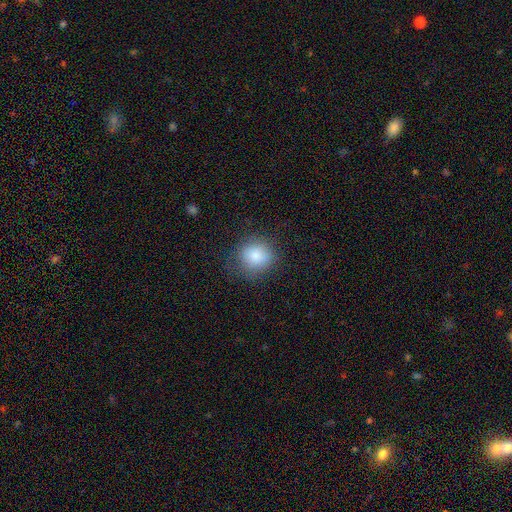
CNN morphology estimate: A smooth galaxy with no disk features (83%) that is round (86%).

Vote fractions:
- Smooth or featured? smooth: 83% / star or artifact: 10% / featured or disk: 7%
- How rounded? round: 86% / in between: 13% / cigar-shaped: 1%
- Merging? none: 78% / minor disturbance: 15% / major disturbance: 6% / merger: 1%